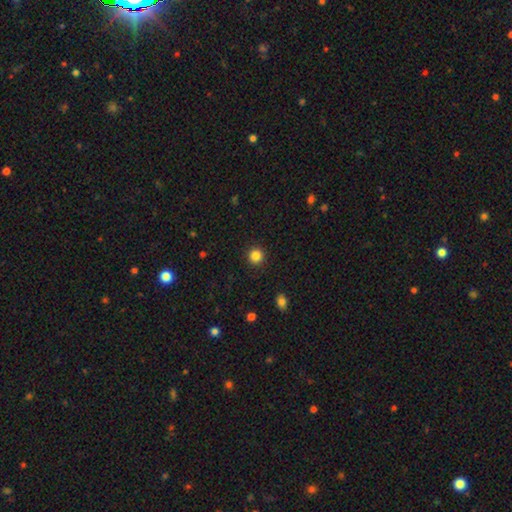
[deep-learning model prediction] A smooth galaxy with no disk features (84%) that is round (94%).

Vote fractions:
- Smooth or featured? smooth: 84% / star or artifact: 12% / featured or disk: 4%
- How rounded? round: 94% / in between: 5% / cigar-shaped: 1%
- Merging? none: 92% / minor disturbance: 5% / major disturbance: 2% / merger: 1%